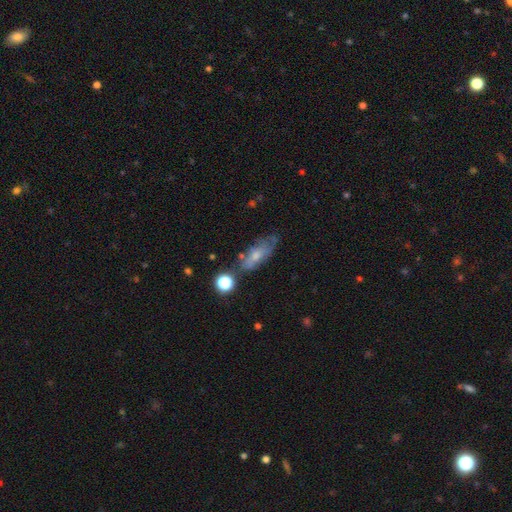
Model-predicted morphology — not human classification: A smooth galaxy with no disk features (50%).

Vote fractions:
- Smooth or featured? smooth: 50% / featured or disk: 40% / star or artifact: 11%
- Merging? none: 53% / minor disturbance: 27% / major disturbance: 12% / merger: 8%